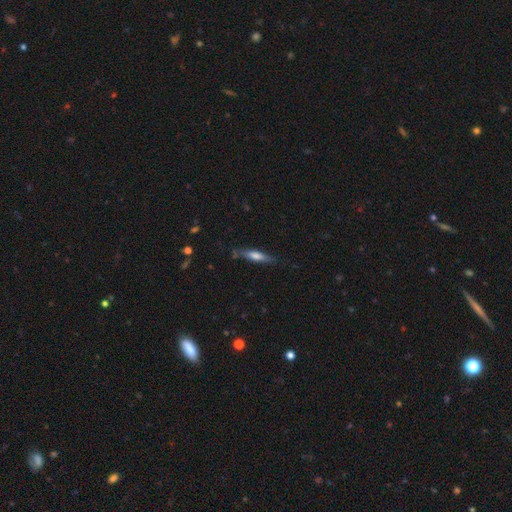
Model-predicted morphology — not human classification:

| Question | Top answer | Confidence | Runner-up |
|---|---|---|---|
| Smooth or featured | smooth | 54% | featured or disk (40%) |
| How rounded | cigar-shaped | 83% | in between (16%) |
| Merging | none | 76% | minor disturbance (17%) |